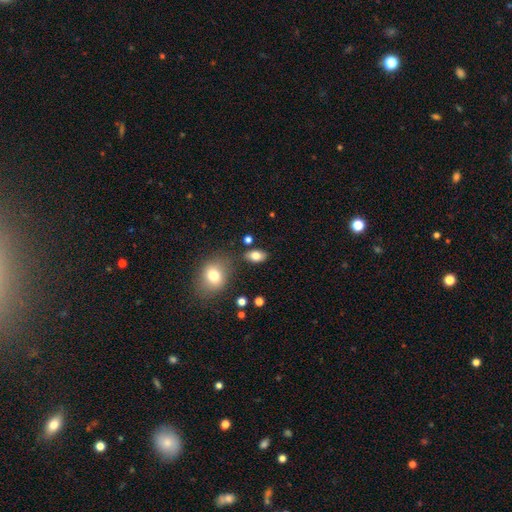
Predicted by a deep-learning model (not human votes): Morphology: type=smooth (80%); roundness=in between (87%); merging=none (80%).